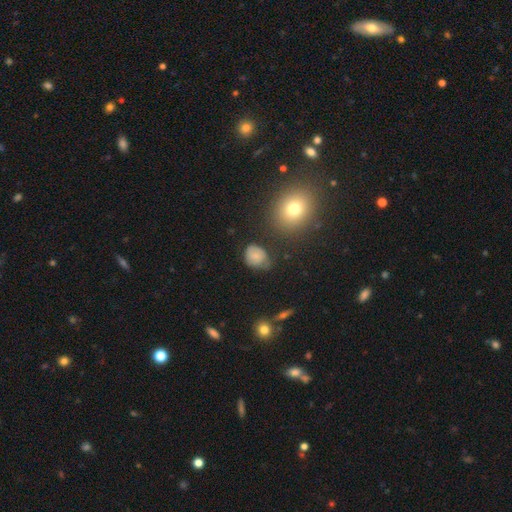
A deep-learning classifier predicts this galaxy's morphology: Smooth or featured: smooth — 73% (featured or disk — 15%)
How rounded: round — 63% (in between — 36%)
Merging: none — 58% (minor disturbance — 29%)